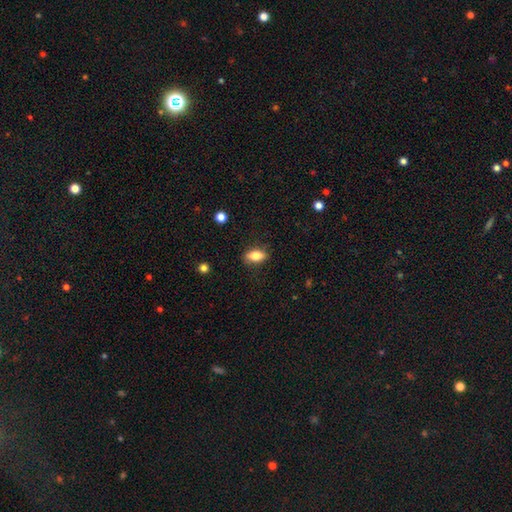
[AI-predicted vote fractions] smooth 81%, featured or disk 11%, star or artifact 8%. Down the decision tree: how rounded — in between (85%); merging — none (83%).